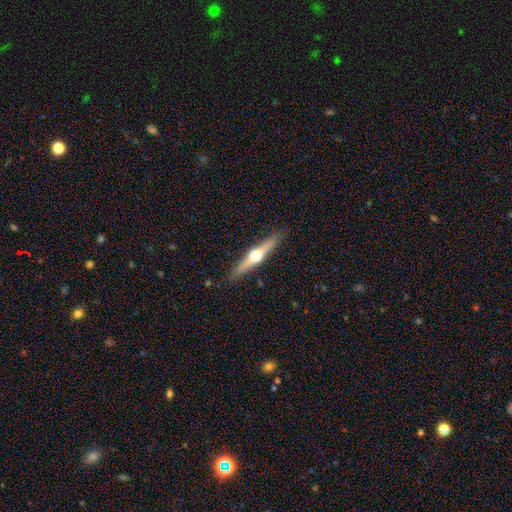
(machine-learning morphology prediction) The model was most divided on "smooth or featured": featured or disk: 71%, smooth: 24%, star or artifact: 5%. More confident: edge-on disk — yes (97%); edge-on bulge — rounded (96%); merging — none (90%).